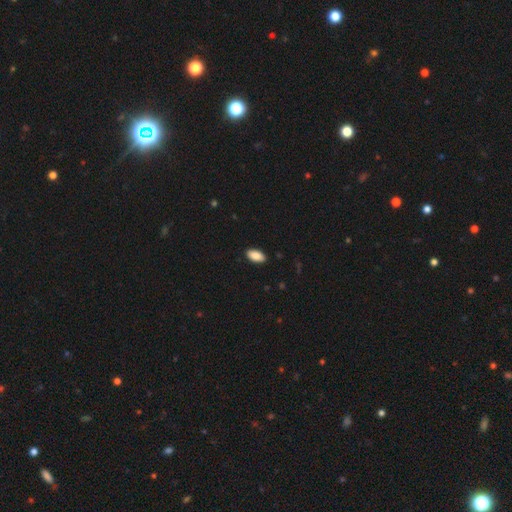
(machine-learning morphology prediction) smooth_or_featured: smooth (p=0.89) [alt: star or artifact p=0.06]
how_rounded: in between (p=0.94) [alt: cigar-shaped p=0.04]
merging: none (p=0.89) [alt: minor disturbance p=0.08]